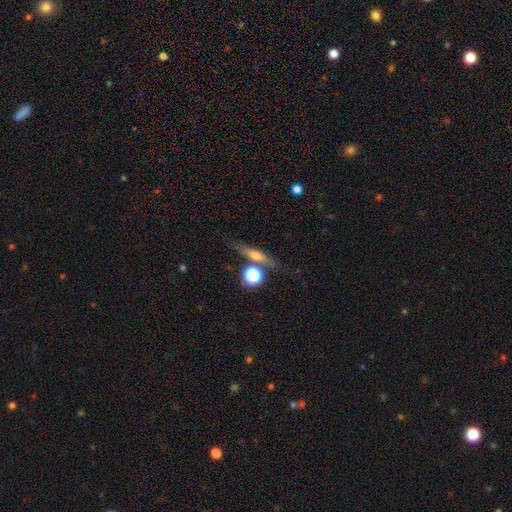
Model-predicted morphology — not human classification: A smooth galaxy with no disk features (46%). Merging: none (71%).